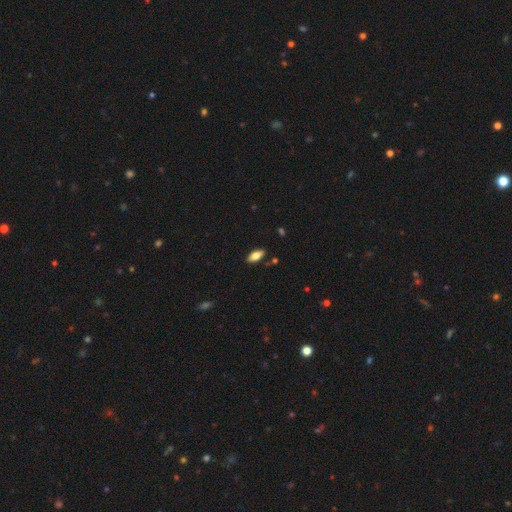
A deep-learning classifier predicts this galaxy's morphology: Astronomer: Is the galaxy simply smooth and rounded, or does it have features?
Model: smooth — 78%.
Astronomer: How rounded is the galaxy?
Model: in between — 87%.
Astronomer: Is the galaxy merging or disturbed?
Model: none — 87%.